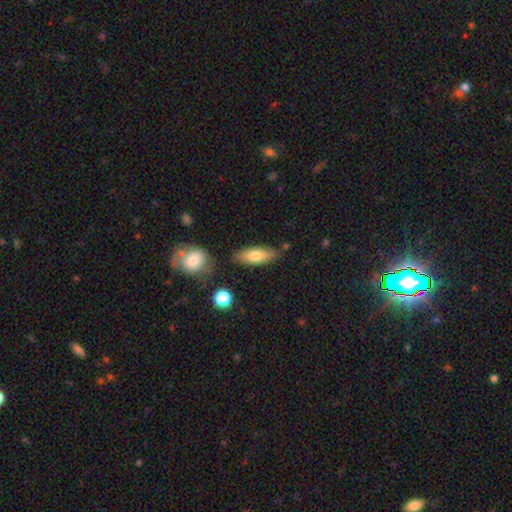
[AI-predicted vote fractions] smooth 74%, featured or disk 20%, star or artifact 7%. Down the decision tree: how rounded — in between (71%); merging — none (78%).